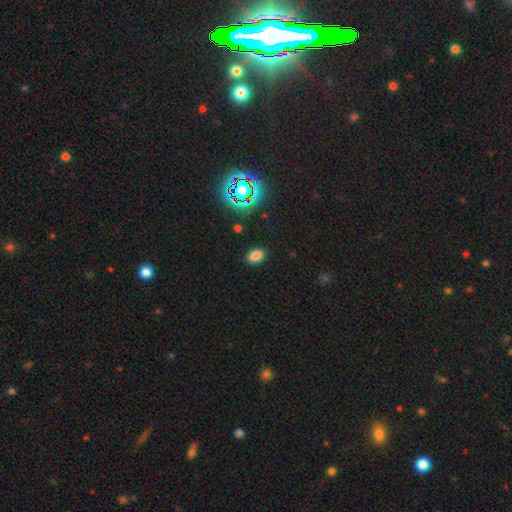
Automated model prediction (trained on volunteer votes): Smooth or featured: smooth — 80% (star or artifact — 16%)
How rounded: in between — 86% (round — 13%)
Merging: none — 88% (minor disturbance — 9%)